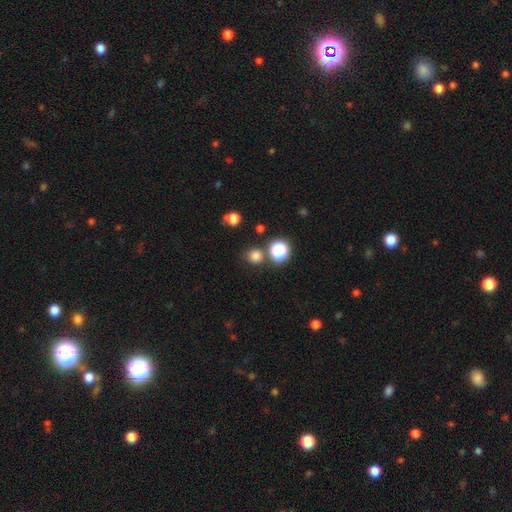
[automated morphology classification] smooth-or-featured: smooth: 76% | star or artifact: 19% | featured or disk: 5%
  how-rounded: round: 91% | in between: 8% | cigar-shaped: 1%
  merging: none: 80% | minor disturbance: 9% | merger: 8% | major disturbance: 3%